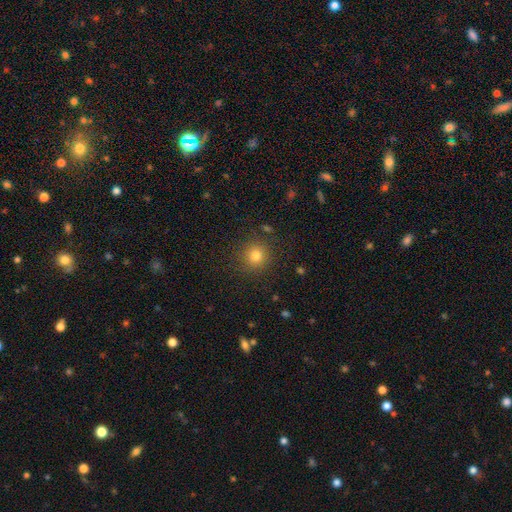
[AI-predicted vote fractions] A smooth galaxy with no disk features (79%) that is round (93%).

Vote fractions:
- Smooth or featured? smooth: 79% / star or artifact: 15% / featured or disk: 7%
- How rounded? round: 93% / in between: 6% / cigar-shaped: 1%
- Merging? none: 88% / minor disturbance: 7% / major disturbance: 3% / merger: 2%